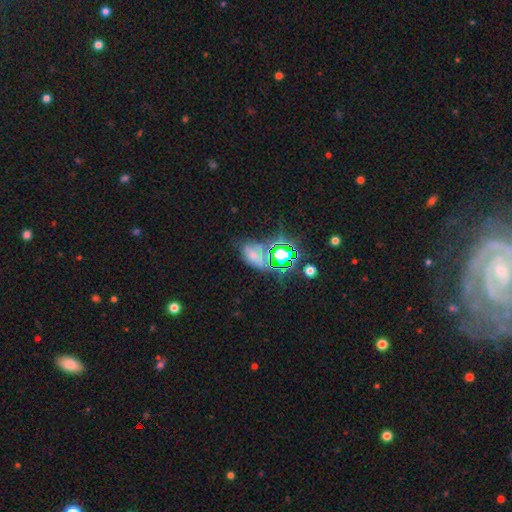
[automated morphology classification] This appears to be a smooth galaxy with no disk features (43%). Merging: none (45%).